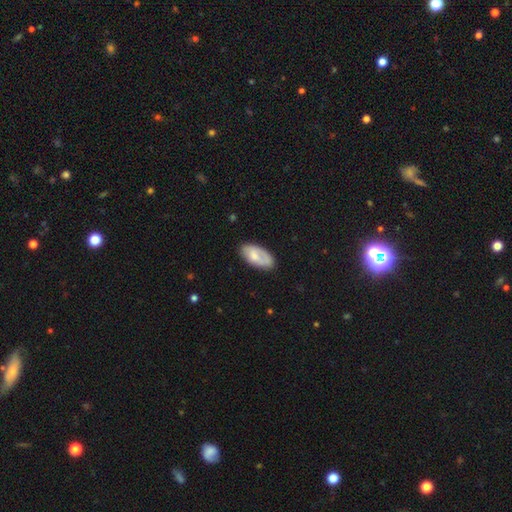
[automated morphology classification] This appears to be a smooth galaxy with no disk features (64%) that is in between round and cigar-shaped (93%). Merging: none (70%).